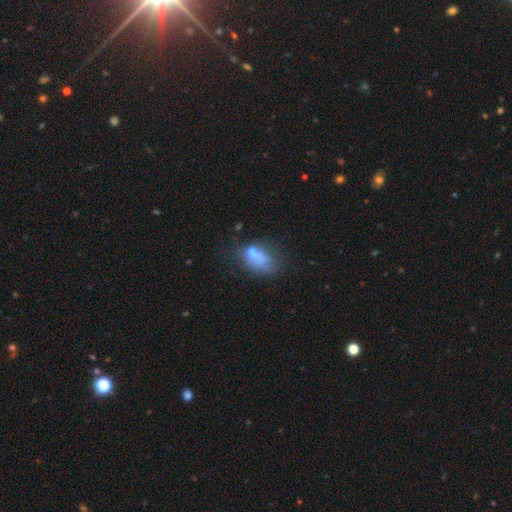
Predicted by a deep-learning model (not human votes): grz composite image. It shows a smooth galaxy with no disk features (59%) that is in between round and cigar-shaped (84%). Merging: none (32%).